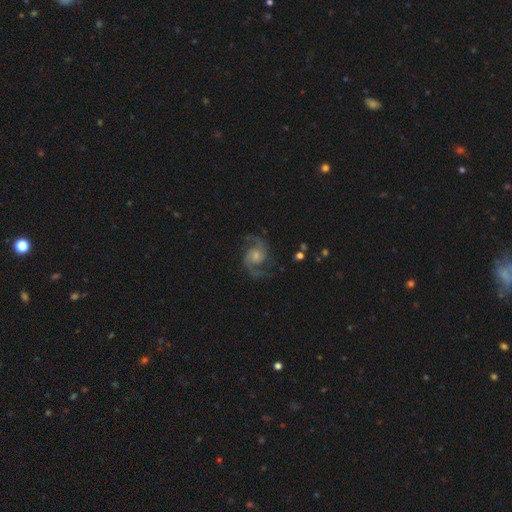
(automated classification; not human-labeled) Smooth or featured? featured or disk (90%)
Edge-on disk? no (98%)
Bar? no (65%)
Spiral arms? yes (98%)
Spiral winding? medium (57%)
Spiral arm count? 2 (93%)
Bulge size? small (46%)
Merging? none (76%)